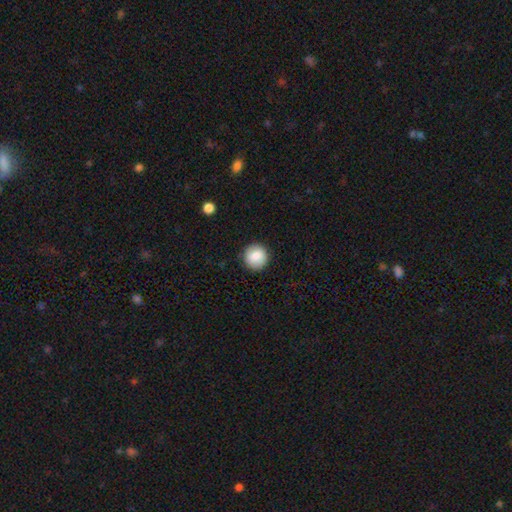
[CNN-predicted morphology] Smooth or featured? Predicted: smooth (p=0.84). How rounded? Predicted: round (p=0.94). Merging? Predicted: none (p=0.90).